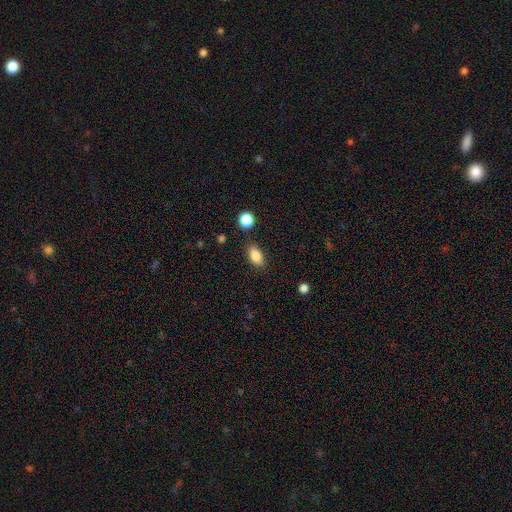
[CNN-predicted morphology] Smooth or featured? Predicted: smooth (p=0.85). How rounded? Predicted: in between (p=0.87). Merging? Predicted: none (p=0.85).